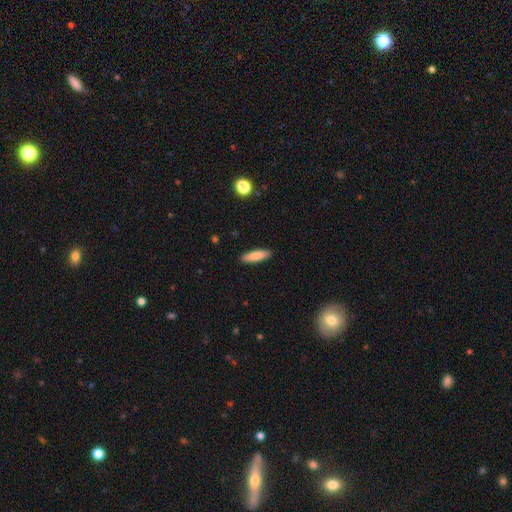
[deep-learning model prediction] This appears to be a smooth galaxy with no disk features (84%) that is cigar-shaped (61%). Merging: none (90%).